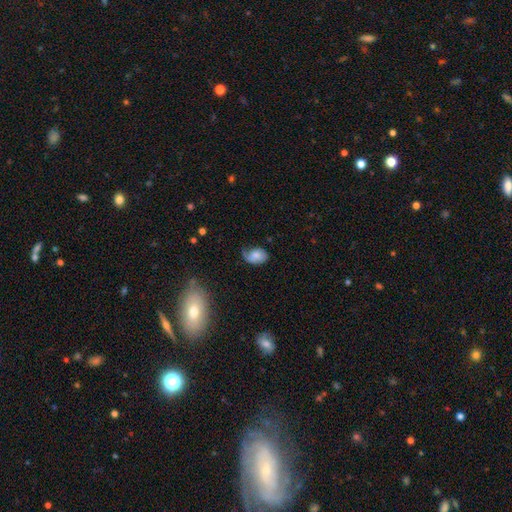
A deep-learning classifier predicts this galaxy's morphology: The model was most divided on "merging": none: 41%, minor disturbance: 35%, major disturbance: 21%, merger: 3%. More confident: how rounded — in between (80%); smooth or featured — smooth (61%).